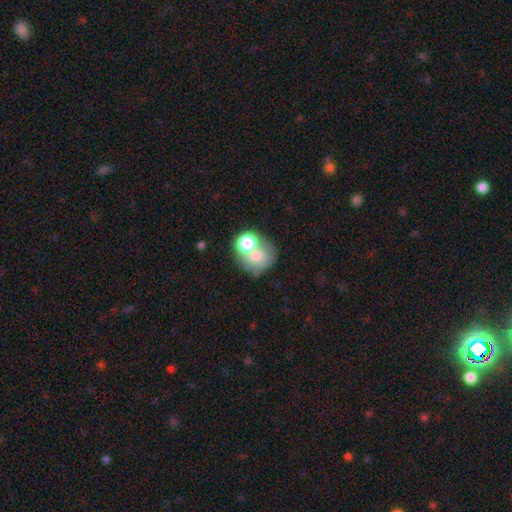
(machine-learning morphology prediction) smooth-or-featured: smooth: 69% | featured or disk: 20% | star or artifact: 11%
  how-rounded: round: 67% | in between: 32% | cigar-shaped: 1%
  merging: merger: 53% | none: 29% | minor disturbance: 10% | major disturbance: 8%